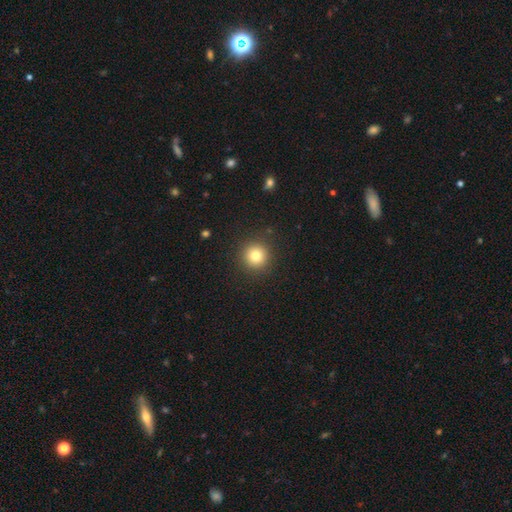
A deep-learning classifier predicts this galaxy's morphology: Smooth or featured? smooth (80%)
How rounded? round (94%)
Merging? none (90%)